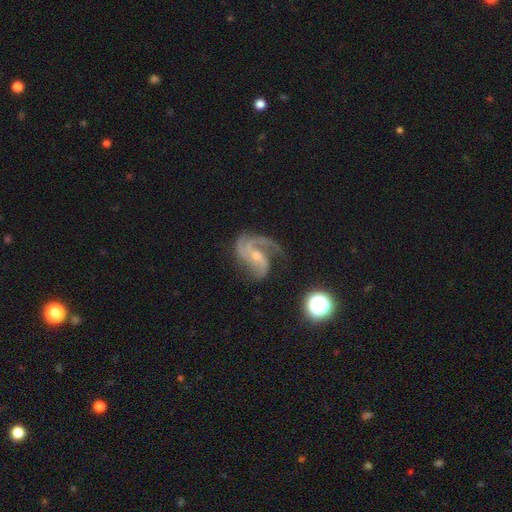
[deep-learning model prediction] A featured or disk galaxy (90%) with no bar (43%), 3 (48%) medium (55%) spiral arms (98%) and a small central bulge (61%).

Vote fractions:
- Smooth or featured? featured or disk: 90% / star or artifact: 6% / smooth: 4%
- Edge-on disk? no: 98% / yes: 2%
- Bar? no: 43% / weak: 37% / strong: 19%
- Spiral arms? yes: 98% / no: 2%
- Spiral winding? medium: 55% / tight: 23% / loose: 22%
- Spiral arm count? 3: 48% / 2: 30% / can't tell: 7% / 4: 6% / 1: 5% / more than 4: 4%
- Bulge size? small: 61% / moderate: 35% / none: 2% / large: 1% / dominant: 1%
- Merging? none: 57% / minor disturbance: 22% / major disturbance: 18% / merger: 3%